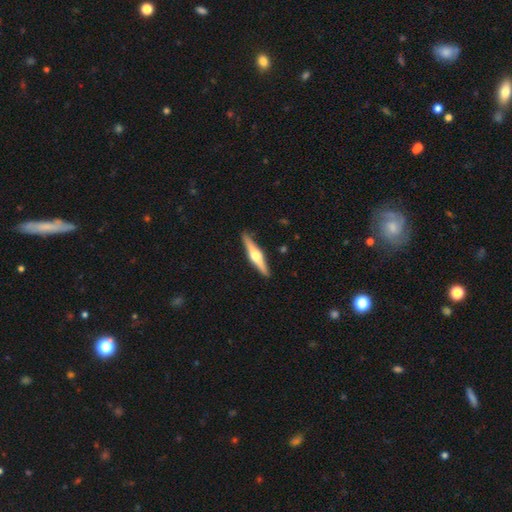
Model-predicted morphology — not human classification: smooth-or-featured: featured or disk: 72% | smooth: 24% | star or artifact: 5%
  disk-edge-on: yes: 98% | no: 2%
    edge-on-bulge: rounded: 95% | boxy: 3% | none: 2%
  merging: none: 91% | minor disturbance: 6% | major disturbance: 1% | merger: 1%